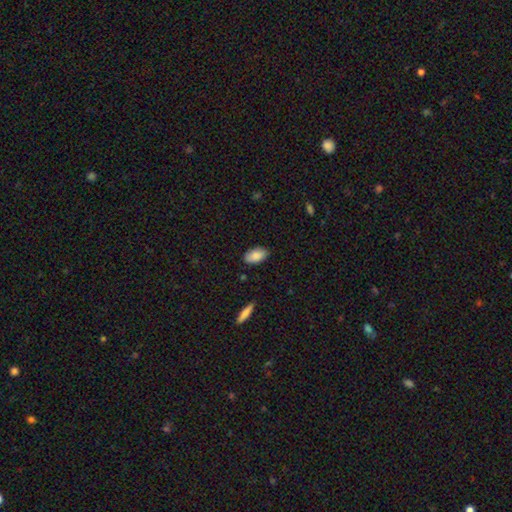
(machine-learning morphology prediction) This is clearly a smooth galaxy (87%). How rounded: clearly in between (94%). Merging: clearly none (85%).